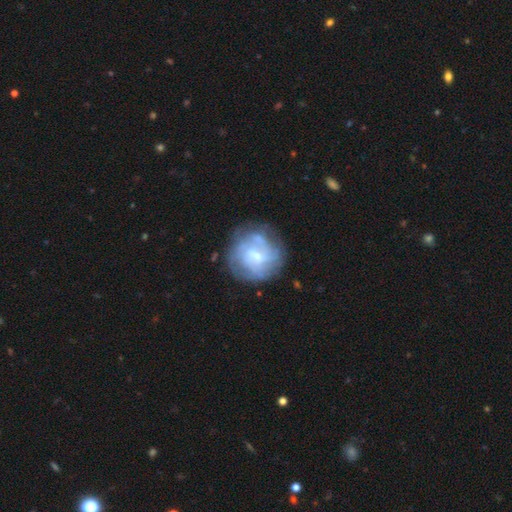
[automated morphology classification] type=featured or disk (69%); edge-on=no (97%); bar=weak (47%); spiral arms=yes (78%); winding=tight (49%); arm count=can't tell (50%); bulge=small (62%); merging=none (70%).